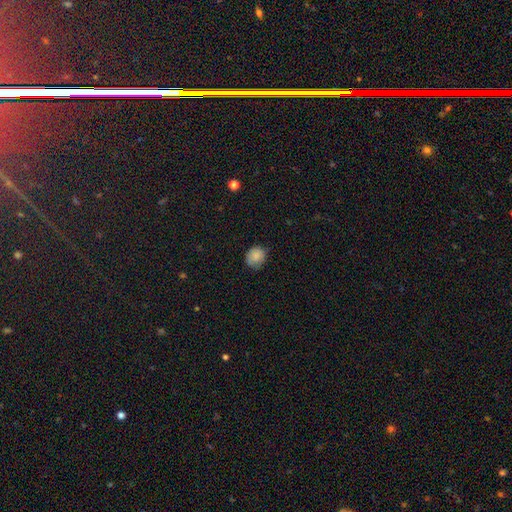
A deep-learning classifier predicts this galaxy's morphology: smooth-or-featured: smooth: 83% | star or artifact: 9% | featured or disk: 8%
  how-rounded: round: 74% | in between: 25% | cigar-shaped: 1%
  merging: none: 70% | minor disturbance: 24% | major disturbance: 5% | merger: 1%